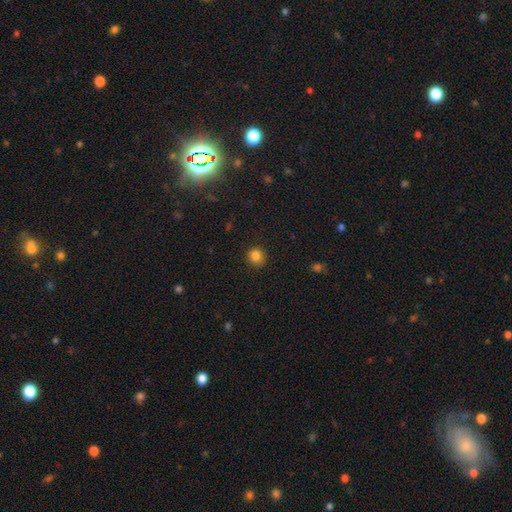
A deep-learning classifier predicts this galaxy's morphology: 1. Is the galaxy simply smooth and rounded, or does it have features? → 84% smooth, 12% star or artifact, 4% featured or disk.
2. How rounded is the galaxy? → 87% round, 12% in between, 1% cigar-shaped.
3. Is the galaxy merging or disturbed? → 88% none, 8% minor disturbance, 2% major disturbance, 1% merger.